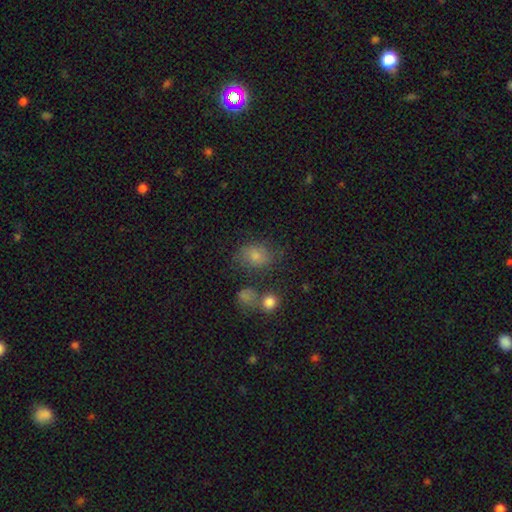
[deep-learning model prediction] Morphology: type=smooth (70%); roundness=in between (57%); merging=none (65%).